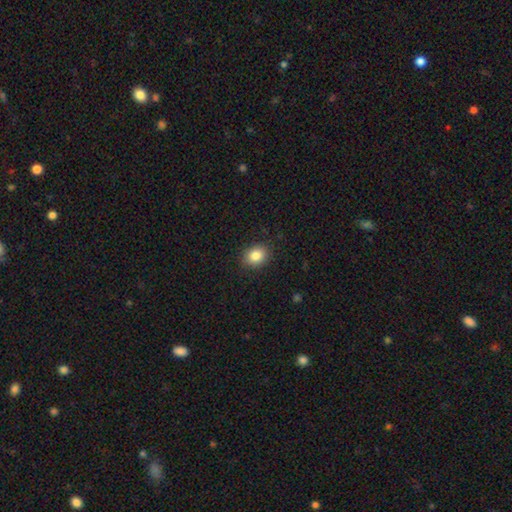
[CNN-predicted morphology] Smooth or featured? smooth (84%)
How rounded? in between (52%)
Merging? none (88%)